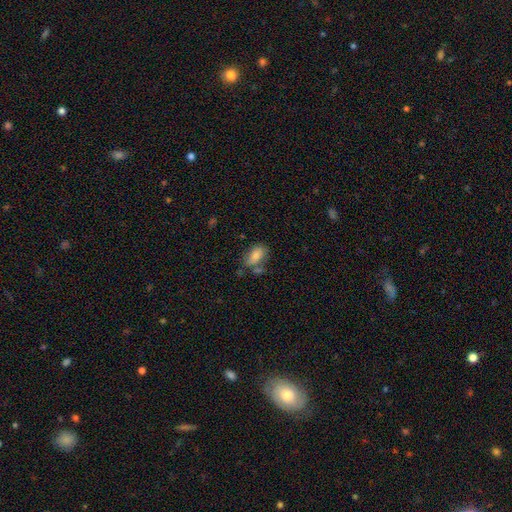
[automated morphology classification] smooth 76%, featured or disk 15%, star or artifact 9%. Down the decision tree: how rounded — in between (89%); merging — none (59%).